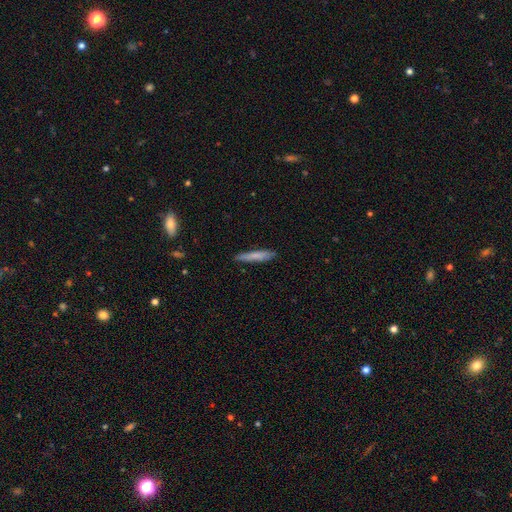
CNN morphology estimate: smooth-or-featured: smooth: 75% | featured or disk: 19% | star or artifact: 6%
  how-rounded: cigar-shaped: 92% | in between: 7% | round: 1%
  merging: none: 85% | minor disturbance: 11% | major disturbance: 2% | merger: 1%